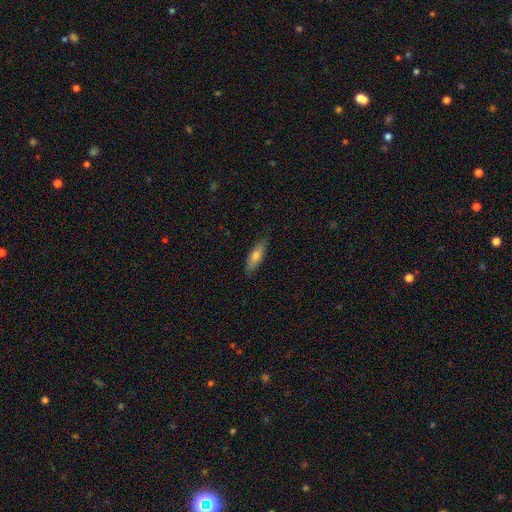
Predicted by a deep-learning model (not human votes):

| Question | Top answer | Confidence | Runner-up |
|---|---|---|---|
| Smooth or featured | smooth | 69% | featured or disk (25%) |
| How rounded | cigar-shaped | 50% | in between (48%) |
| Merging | none | 84% | minor disturbance (13%) |